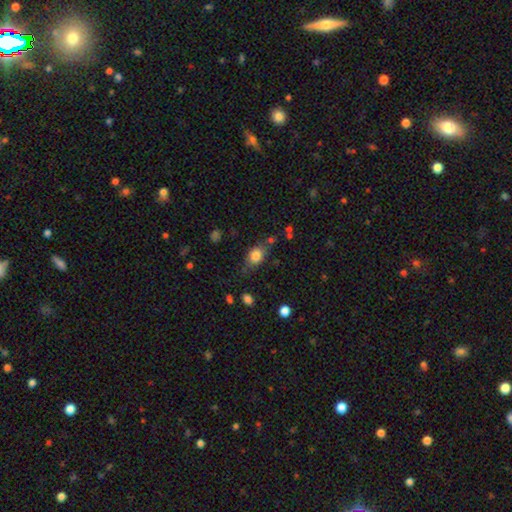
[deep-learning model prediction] A smooth galaxy with no disk features (80%) that is in between round and cigar-shaped (71%). Merging: none (66%).